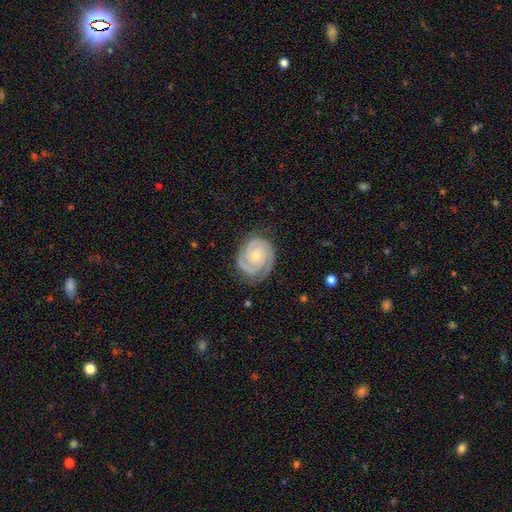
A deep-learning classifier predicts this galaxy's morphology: Smooth or featured? Predicted: featured or disk (p=0.89). Edge-on disk? Predicted: no (p=0.98). Bar? Predicted: no (p=0.72). Spiral arms? Predicted: yes (p=0.98). Spiral winding? Predicted: tight (p=0.77). Spiral arm count? Predicted: 2 (p=0.77). Bulge size? Predicted: small (p=0.62). Merging? Predicted: none (p=0.78).